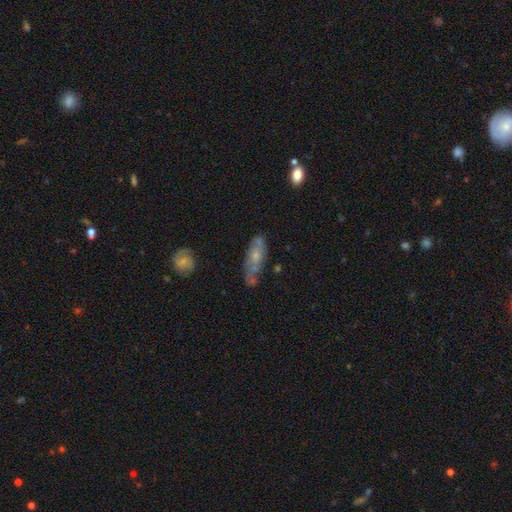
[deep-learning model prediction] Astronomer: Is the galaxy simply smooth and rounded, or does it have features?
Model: smooth — 46% (runner-up: featured or disk, 45%).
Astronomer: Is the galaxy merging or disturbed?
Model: none — 47% (runner-up: minor disturbance, 29%).